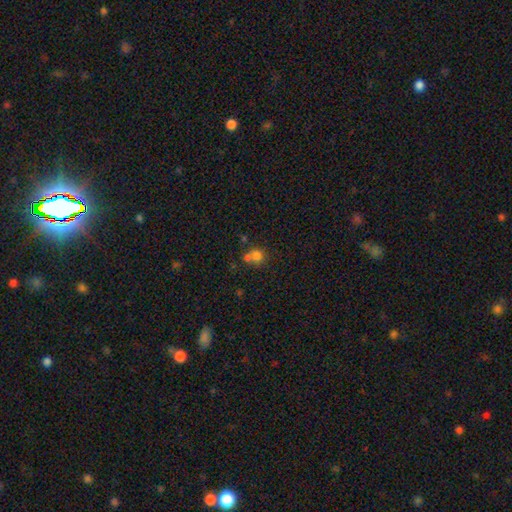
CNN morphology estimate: Overall: smooth (73%). How rounded: round (81%). Merging: merger (48%; none 40%).